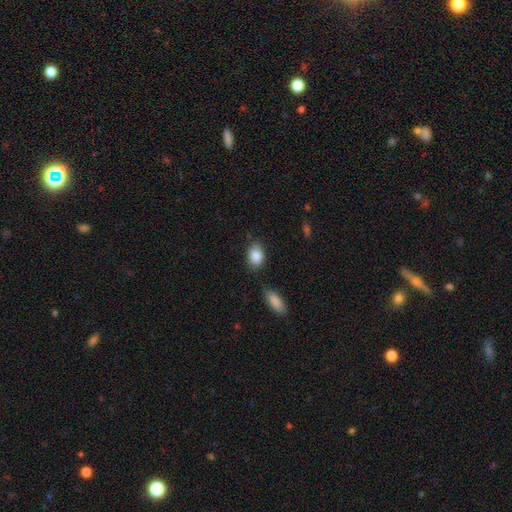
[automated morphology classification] The model was most divided on "how rounded": in between: 81%, round: 17%, cigar-shaped: 2%. More confident: smooth or featured — smooth (87%); merging — none (79%).